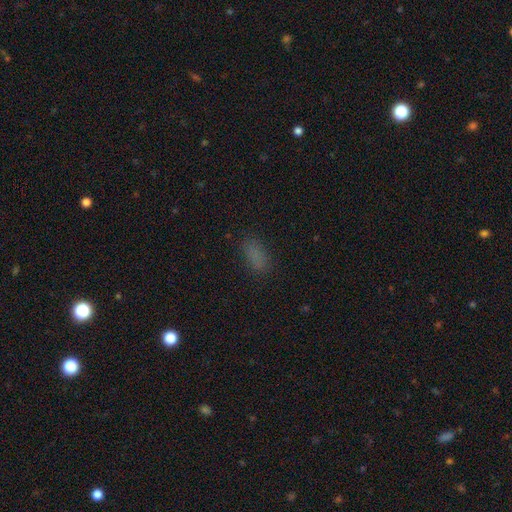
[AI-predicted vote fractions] smooth_or_featured: smooth (p=0.79) [alt: star or artifact p=0.16]
how_rounded: in between (p=0.87) [alt: cigar-shaped p=0.08]
merging: none (p=0.81) [alt: minor disturbance p=0.13]